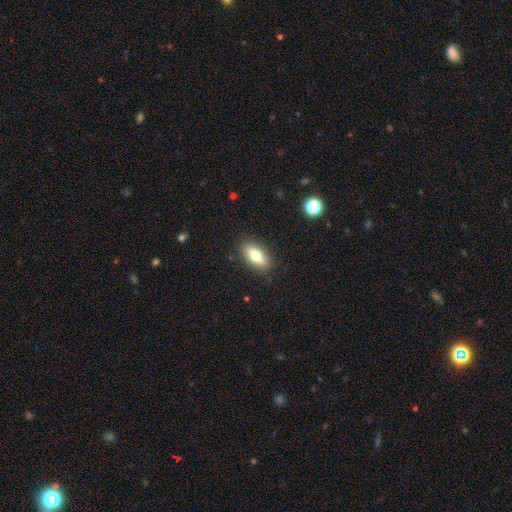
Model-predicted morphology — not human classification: Q: Smooth or featured?
A: smooth (72%); runner-up: featured or disk (20%)
Q: How rounded?
A: in between (80%); runner-up: cigar-shaped (16%)
Q: Merging?
A: none (88%); runner-up: minor disturbance (9%)